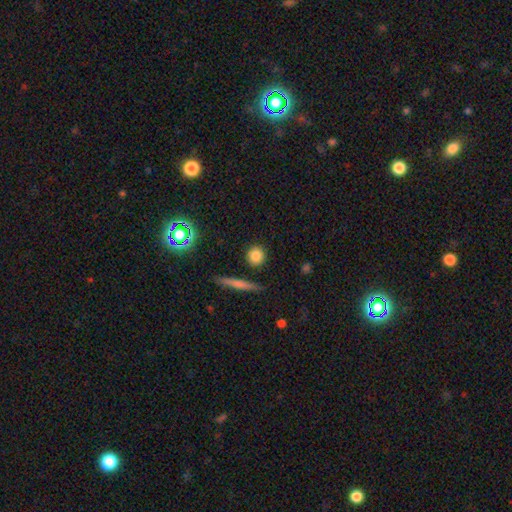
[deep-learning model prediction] smooth 81%, star or artifact 11%, featured or disk 8%. Down the decision tree: how rounded — round (89%); merging — none (87%).